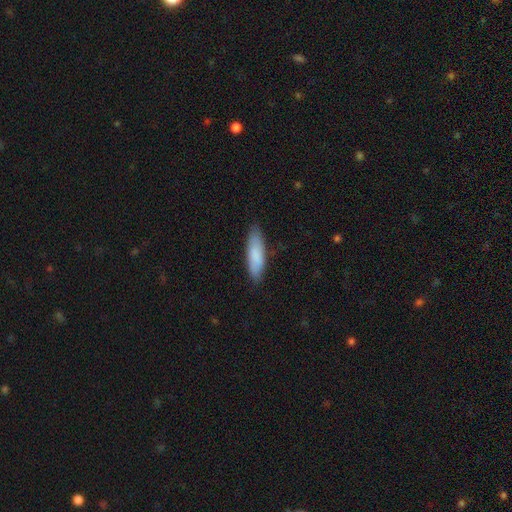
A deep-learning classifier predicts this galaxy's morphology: smooth_or_featured: smooth (p=0.83) [alt: featured or disk p=0.11]
how_rounded: cigar-shaped (p=0.58) [alt: in between p=0.40]
merging: none (p=0.83) [alt: minor disturbance p=0.13]